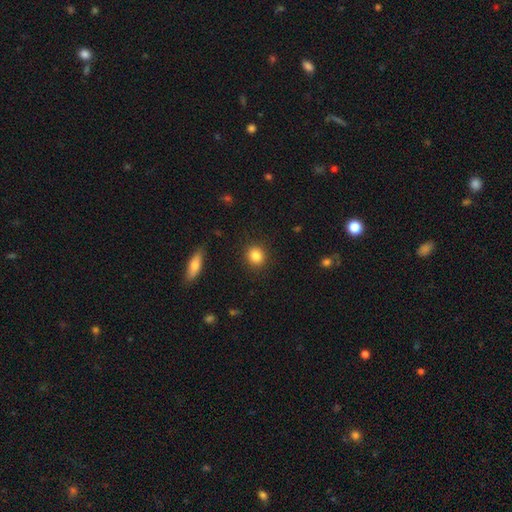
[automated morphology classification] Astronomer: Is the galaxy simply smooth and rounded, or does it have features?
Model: smooth — 85%.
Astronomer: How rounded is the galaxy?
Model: round — 83%.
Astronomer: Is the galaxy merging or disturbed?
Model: none — 91%.